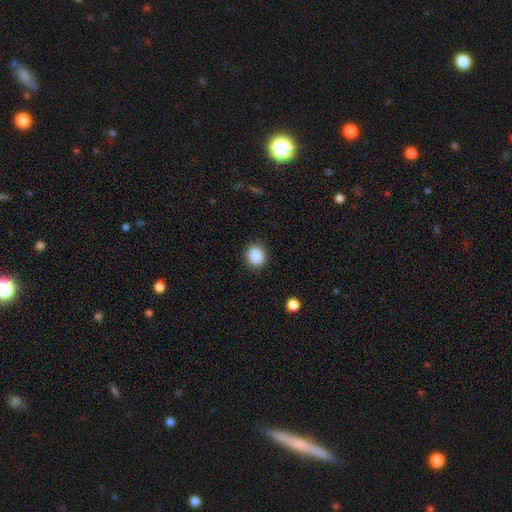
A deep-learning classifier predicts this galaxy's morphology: Q: Smooth or featured?
A: smooth (88%); runner-up: star or artifact (9%)
Q: How rounded?
A: round (73%); runner-up: in between (26%)
Q: Merging?
A: none (87%); runner-up: minor disturbance (9%)